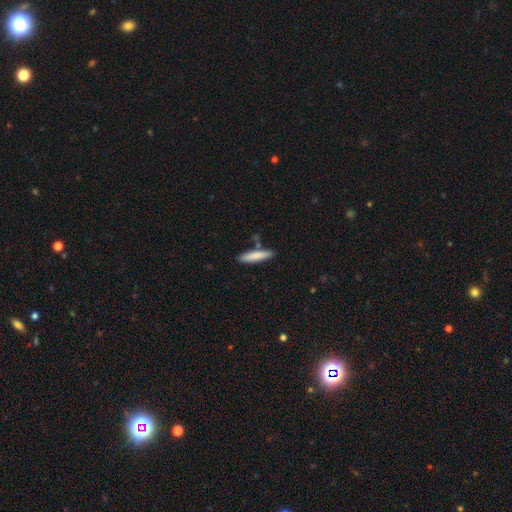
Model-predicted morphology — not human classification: Smooth or featured? Predicted: smooth (p=0.81). How rounded? Predicted: cigar-shaped (p=0.86). Merging? Predicted: none (p=0.82).